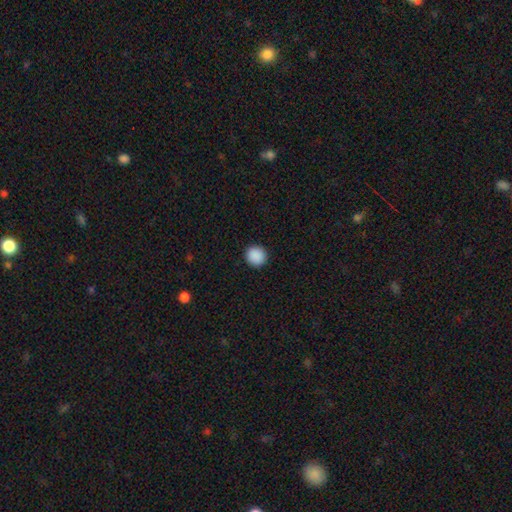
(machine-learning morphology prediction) smooth 90%, star or artifact 8%, featured or disk 2%. Down the decision tree: how rounded — round (94%); merging — none (93%).